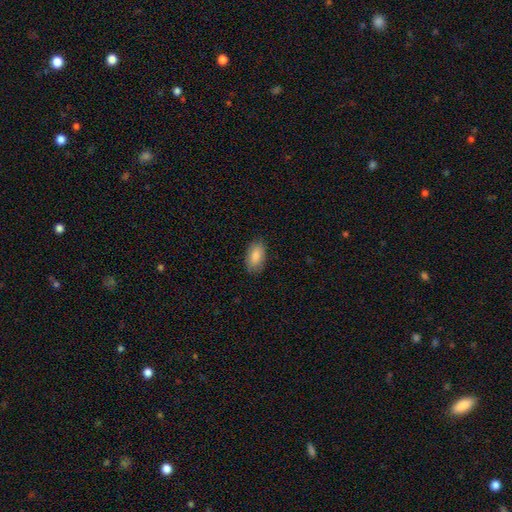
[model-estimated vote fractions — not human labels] Smooth or featured: smooth — 86% (featured or disk — 7%)
How rounded: in between — 94% (round — 4%)
Merging: none — 85% (minor disturbance — 12%)